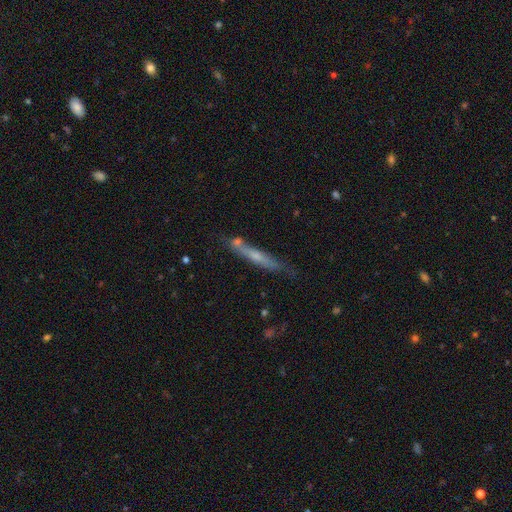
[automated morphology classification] This appears to be a featured or disk galaxy (53%) viewed edge-on (89%). Merging: none (67%).